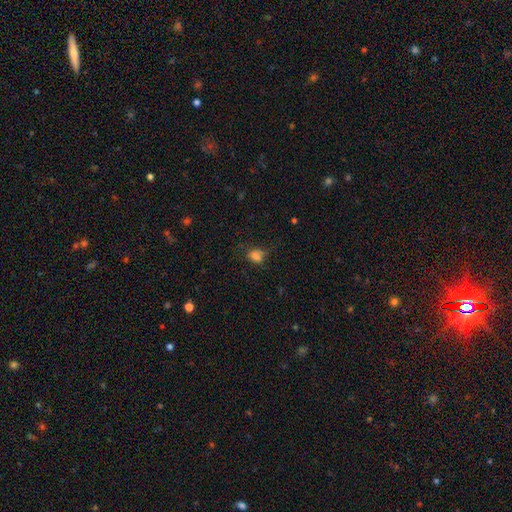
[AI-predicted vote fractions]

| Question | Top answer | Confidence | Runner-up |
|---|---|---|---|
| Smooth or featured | smooth | 76% | star or artifact (15%) |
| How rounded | in between | 62% | round (36%) |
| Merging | none | 55% | minor disturbance (26%) |